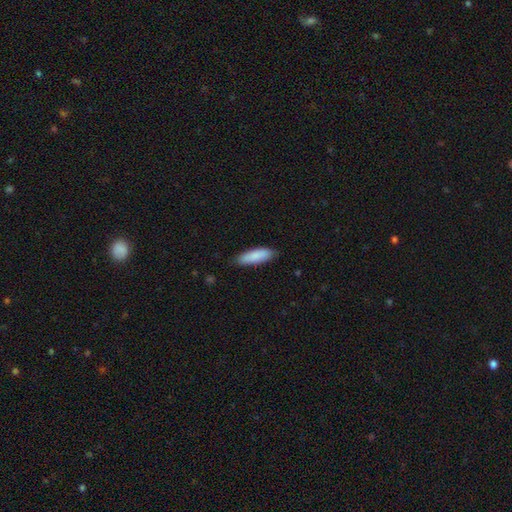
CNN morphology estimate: type=smooth (87%); roundness=in between (51%); merging=none (83%).